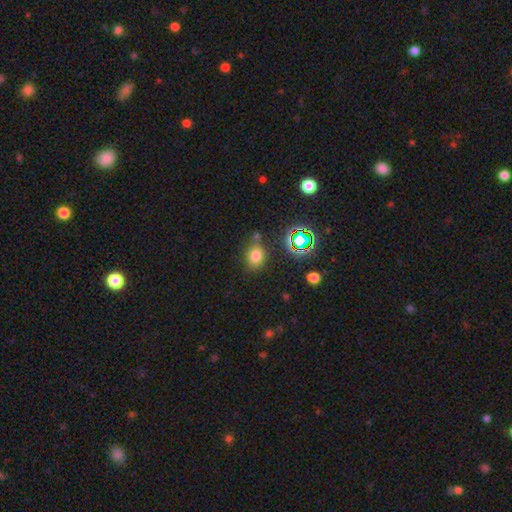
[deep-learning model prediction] The model was most divided on "how rounded" (2-way tie): round: 49%, in between: 49%, cigar-shaped: 1%. More confident: smooth or featured — smooth (72%); merging — none (71%).